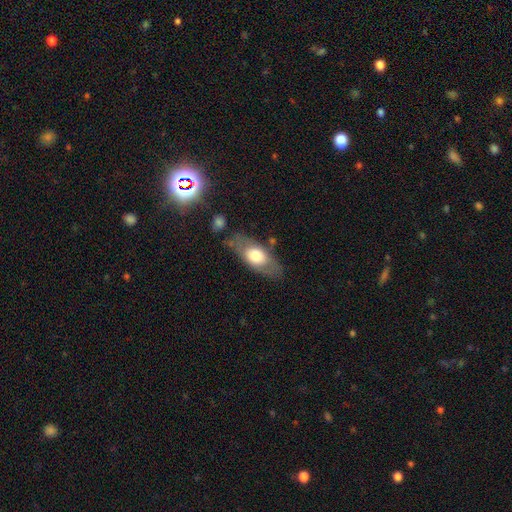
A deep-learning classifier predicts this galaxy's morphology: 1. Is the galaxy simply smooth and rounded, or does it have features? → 59% smooth, 35% featured or disk, 6% star or artifact.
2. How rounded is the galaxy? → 81% in between, 13% cigar-shaped, 5% round.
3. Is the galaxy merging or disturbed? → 71% none, 17% minor disturbance, 7% major disturbance, 4% merger.